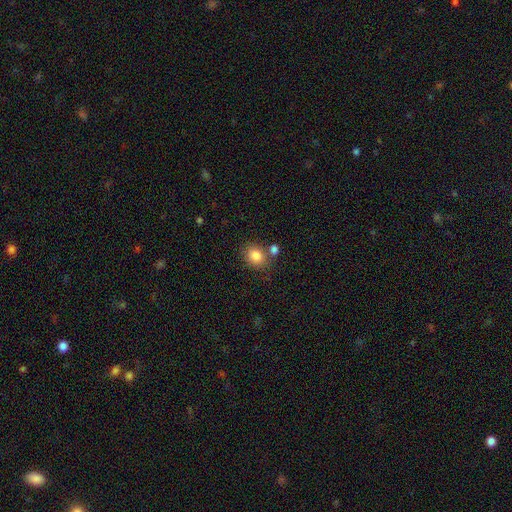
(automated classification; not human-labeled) The model was most divided on "how rounded": round: 58%, in between: 41%, cigar-shaped: 1%. More confident: smooth or featured — smooth (85%); merging — none (67%).